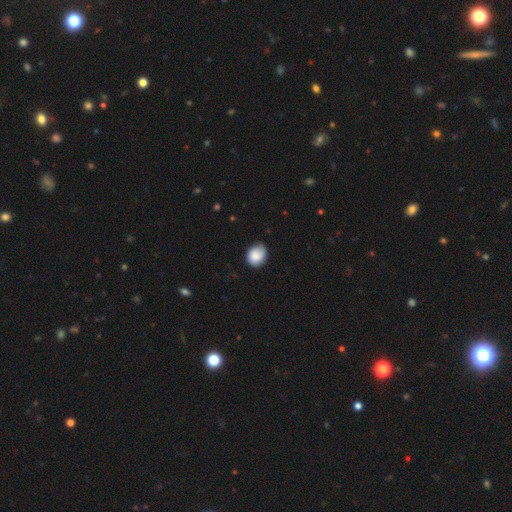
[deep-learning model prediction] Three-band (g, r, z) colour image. It shows a smooth galaxy with no disk features (86%) that is round (62%). Merging: none (71%).